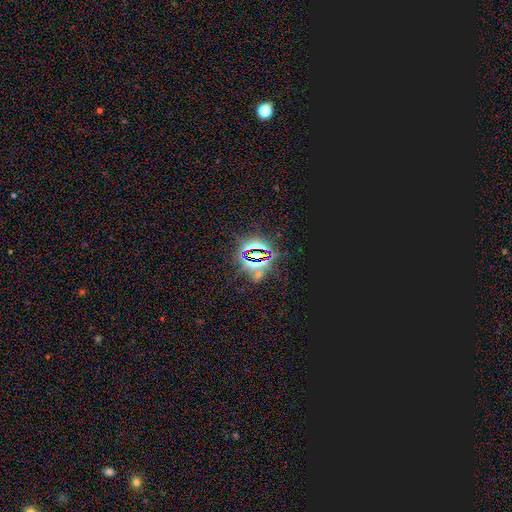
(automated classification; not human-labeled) A star or artifact, not a galaxy (83%).

Vote fractions:
- Smooth or featured? star or artifact: 83% / smooth: 9% / featured or disk: 7%